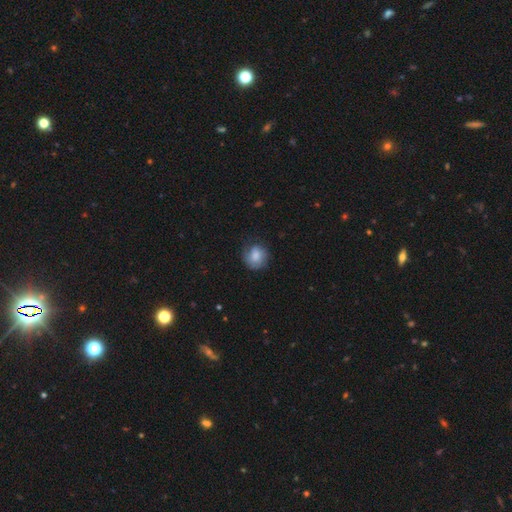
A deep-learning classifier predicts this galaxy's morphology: Overall: smooth (75%). How rounded: round (78%). Merging: none (64%; minor disturbance 25%).